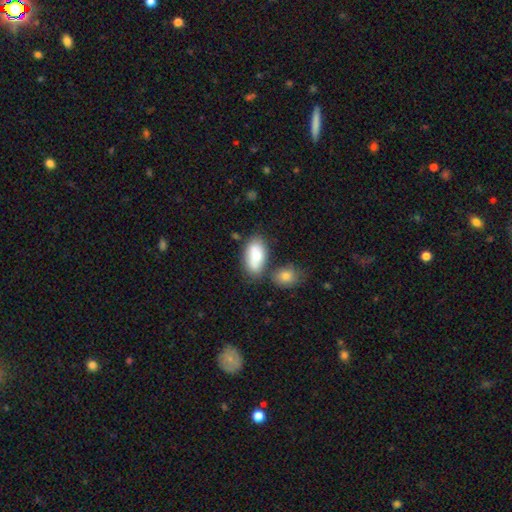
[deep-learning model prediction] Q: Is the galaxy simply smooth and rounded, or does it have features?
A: smooth — 74%.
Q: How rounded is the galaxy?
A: in between — 91%.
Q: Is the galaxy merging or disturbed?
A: none — 54%.